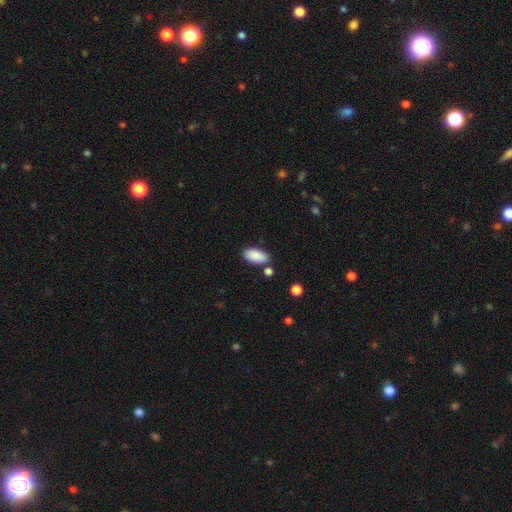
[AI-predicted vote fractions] Smooth or featured? Predicted: smooth (p=0.89). How rounded? Predicted: in between (p=0.93). Merging? Predicted: none (p=0.77).